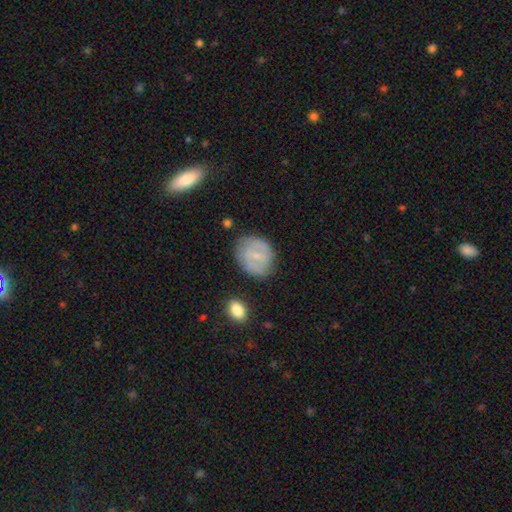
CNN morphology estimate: Overall: smooth (49%; featured or disk 44%). Merging: none (71%).